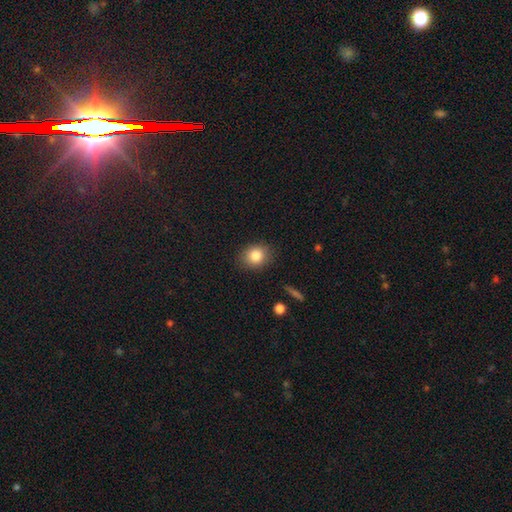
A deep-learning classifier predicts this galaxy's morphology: A smooth galaxy with no disk features (83%) that is round (59%).

Vote fractions:
- Smooth or featured? smooth: 83% / star or artifact: 10% / featured or disk: 7%
- How rounded? round: 59% / in between: 40% / cigar-shaped: 1%
- Merging? none: 86% / minor disturbance: 10% / major disturbance: 3% / merger: 1%